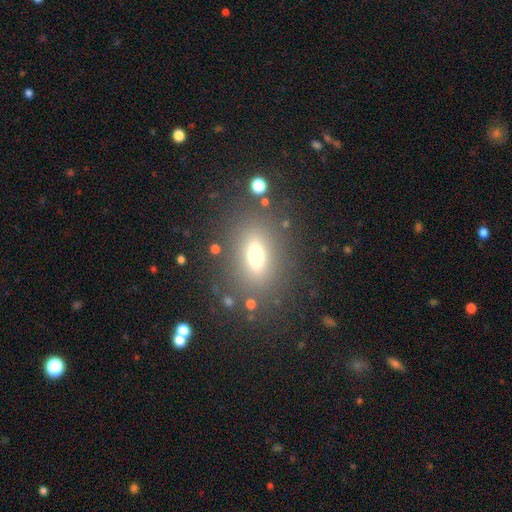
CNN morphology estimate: Smooth or featured? smooth (65%)
How rounded? in between (73%)
Merging? none (80%)